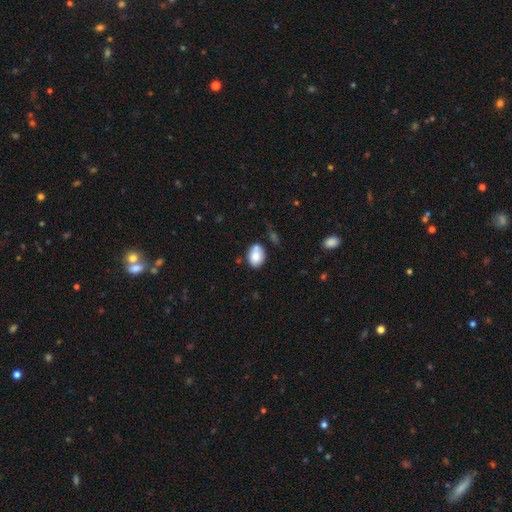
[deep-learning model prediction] Q: Smooth or featured?
A: smooth (82%); runner-up: featured or disk (9%)
Q: How rounded?
A: in between (76%); runner-up: round (23%)
Q: Merging?
A: none (60%); runner-up: minor disturbance (23%)